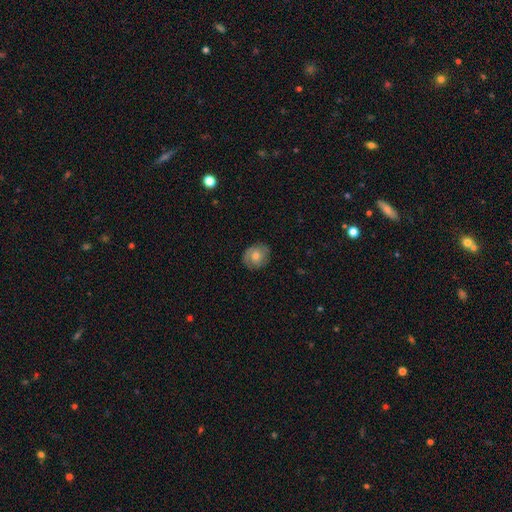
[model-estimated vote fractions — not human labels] A smooth galaxy with no disk features (47%). Merging: none (80%).